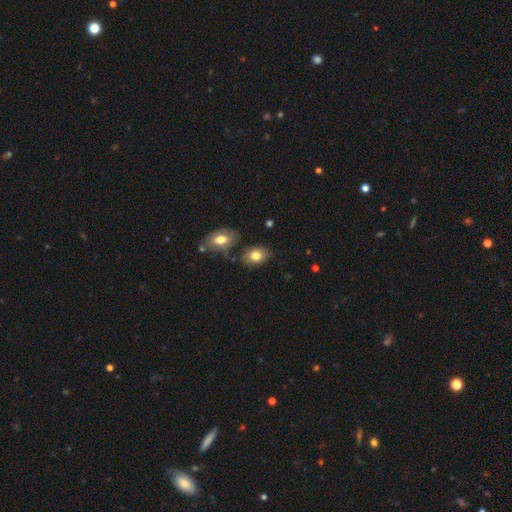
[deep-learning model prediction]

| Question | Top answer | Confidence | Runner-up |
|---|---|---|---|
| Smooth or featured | smooth | 80% | featured or disk (12%) |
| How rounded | in between | 76% | round (23%) |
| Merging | none | 71% | minor disturbance (16%) |